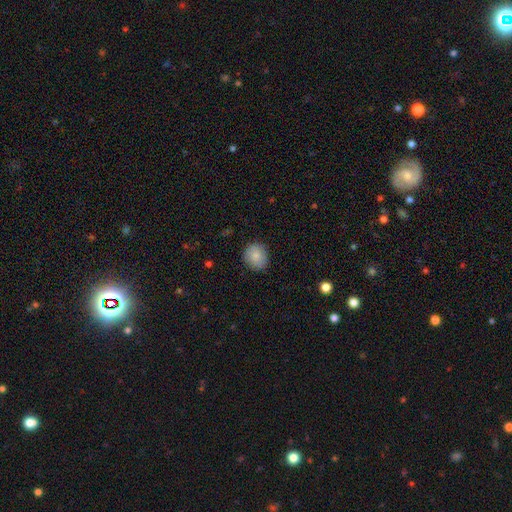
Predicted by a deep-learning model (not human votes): Smooth or featured: smooth — 83% (featured or disk — 10%)
How rounded: round — 79% (in between — 20%)
Merging: none — 85% (minor disturbance — 11%)